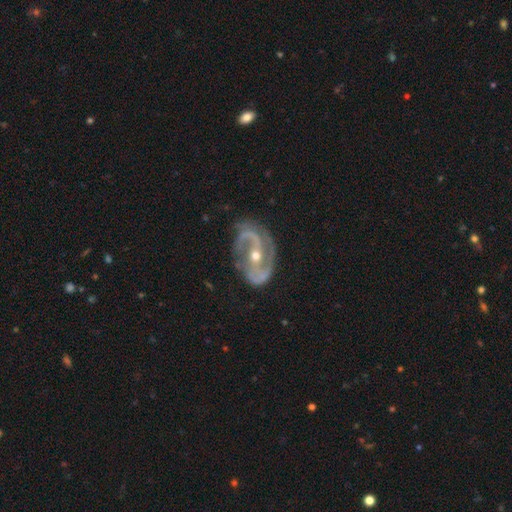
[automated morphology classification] Overall: featured or disk (91%). Edge-on disk: no (97%). Bar: no (36%; weak 33%). Spiral arms: yes (97%). Spiral arm count: 2 (88%). Spiral winding: medium (52%; loose 25%). Bulge size: moderate (53%; small 44%). Merging: none (69%).